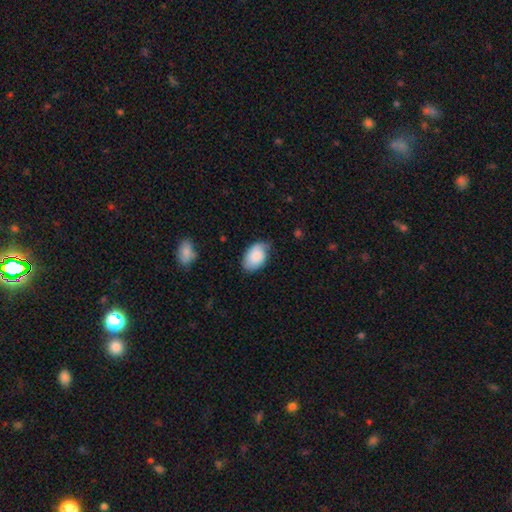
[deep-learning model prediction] smooth_or_featured: smooth (p=0.80) [alt: featured or disk p=0.13]
how_rounded: in between (p=0.90) [alt: round p=0.09]
merging: none (p=0.59) [alt: minor disturbance p=0.32]